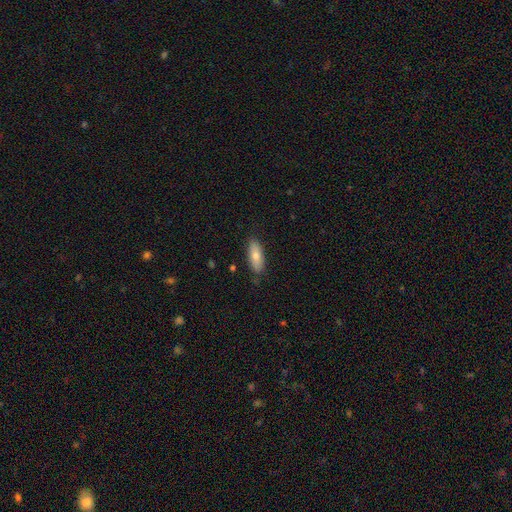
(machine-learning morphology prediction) smooth 75%, featured or disk 19%, star or artifact 6%. Down the decision tree: how rounded — in between (73%); merging — none (83%).